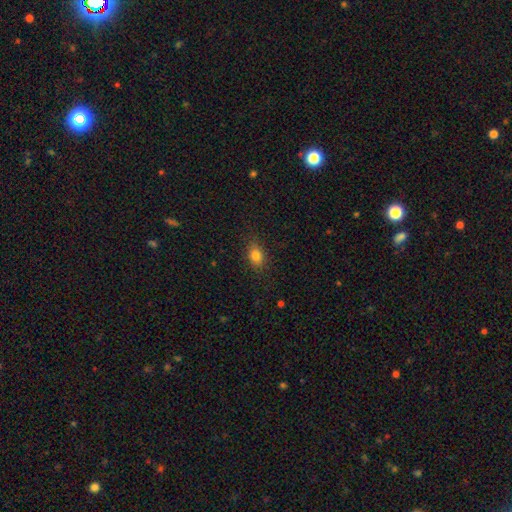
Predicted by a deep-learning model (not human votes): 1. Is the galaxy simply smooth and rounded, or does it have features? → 81% smooth, 11% star or artifact, 8% featured or disk.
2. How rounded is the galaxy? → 72% in between, 25% round, 3% cigar-shaped.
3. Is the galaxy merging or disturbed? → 83% none, 13% minor disturbance, 3% major disturbance, 1% merger.